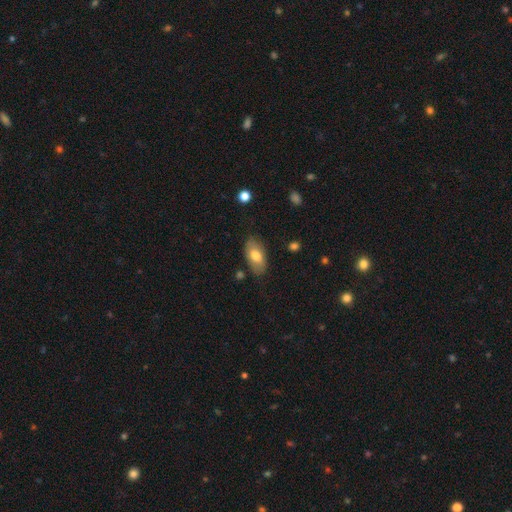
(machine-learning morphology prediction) type=smooth (73%); roundness=in between (93%); merging=none (80%).